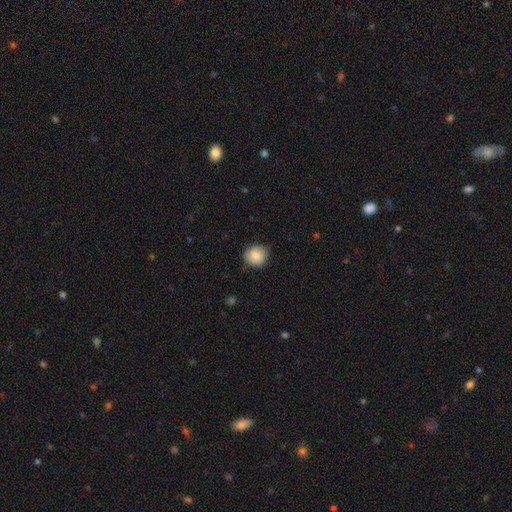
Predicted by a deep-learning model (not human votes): Smooth or featured? Predicted: smooth (p=0.86). How rounded? Predicted: round (p=0.87). Merging? Predicted: none (p=0.86).